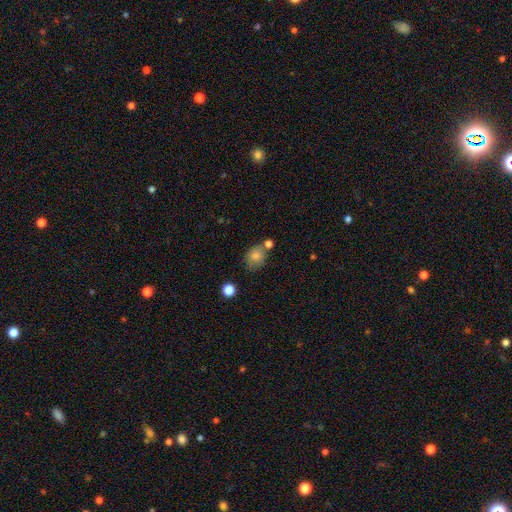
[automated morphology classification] Smooth or featured? smooth (78%)
How rounded? in between (53%)
Merging? none (58%)